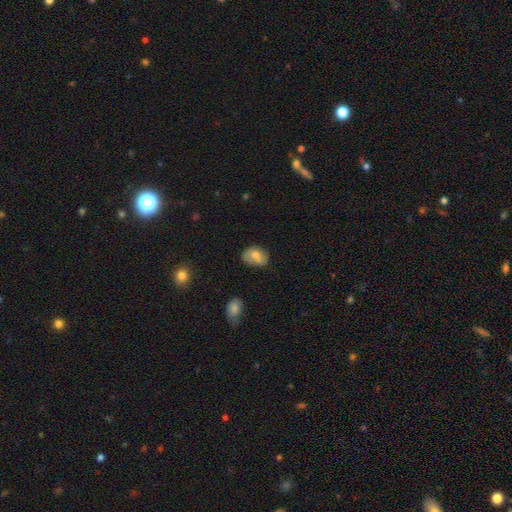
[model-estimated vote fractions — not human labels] This is likely a smooth galaxy (71%). How rounded: likely in between (75%). Merging: likely none (61%).